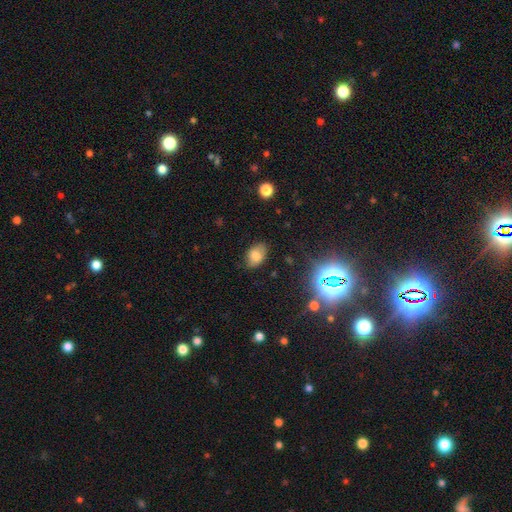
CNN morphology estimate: smooth-or-featured: smooth: 72% | star or artifact: 14% | featured or disk: 14%
  how-rounded: in between: 85% | round: 13% | cigar-shaped: 1%
  merging: none: 77% | minor disturbance: 17% | major disturbance: 4% | merger: 2%